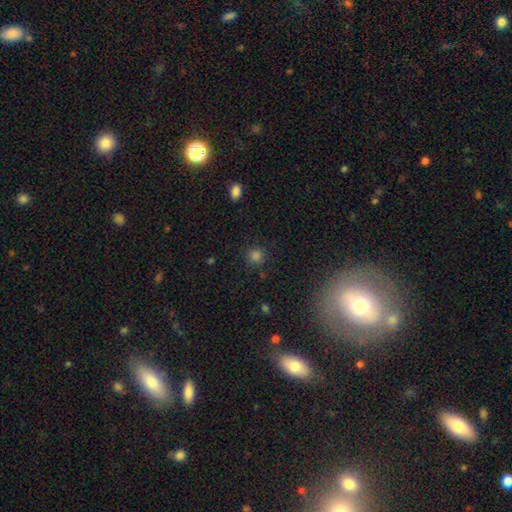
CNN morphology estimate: Overall: smooth (80%). How rounded: round (92%). Merging: none (87%).